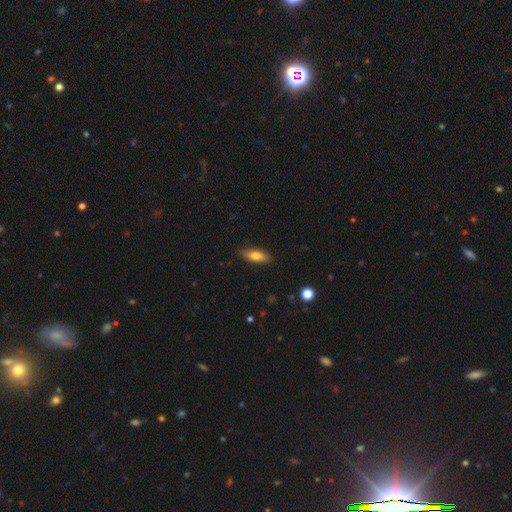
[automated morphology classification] The model was most divided on "how rounded": in between: 60%, cigar-shaped: 37%, round: 3%. More confident: merging — none (86%); smooth or featured — smooth (71%).